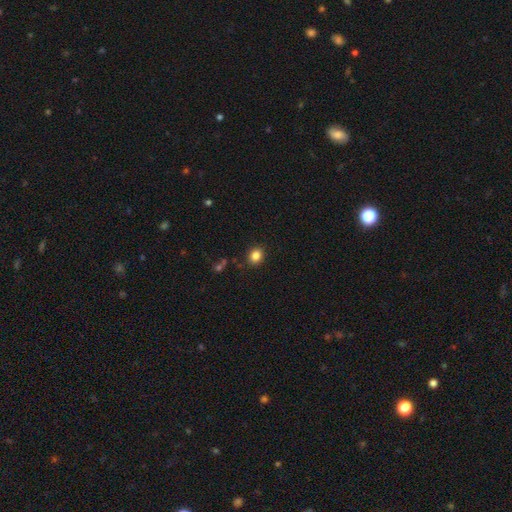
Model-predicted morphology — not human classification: The model was most divided on "how rounded": round: 66%, in between: 33%, cigar-shaped: 1%. More confident: merging — none (89%); smooth or featured — smooth (84%).